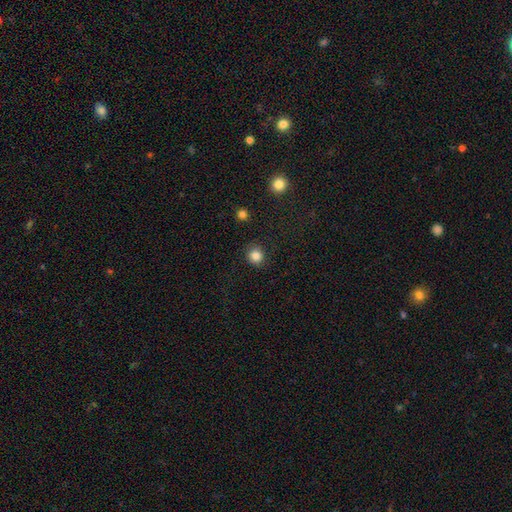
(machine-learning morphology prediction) This appears to be a smooth galaxy with no disk features (85%) that is round (90%). Merging: none (88%).